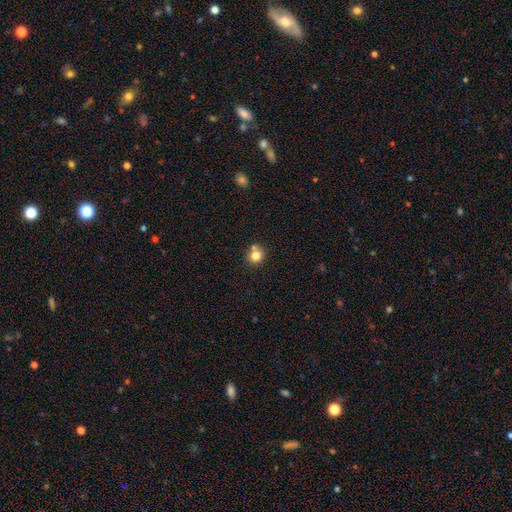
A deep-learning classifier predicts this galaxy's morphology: smooth_or_featured: smooth (p=0.79) [alt: star or artifact p=0.12]
how_rounded: round (p=0.87) [alt: in between p=0.12]
merging: none (p=0.63) [alt: merger p=0.24]